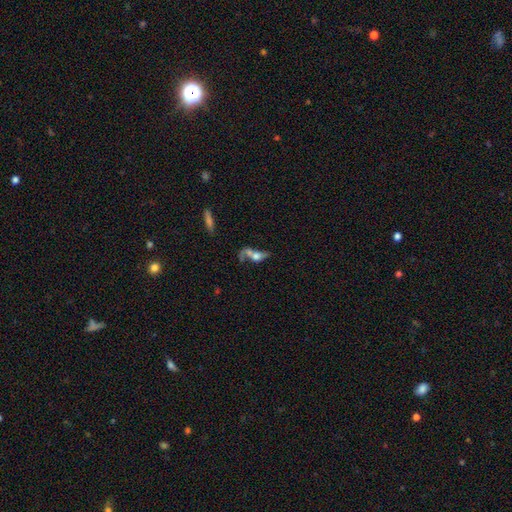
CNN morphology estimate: This appears to be a smooth galaxy with no disk features (44%, tied with featured or disk). Merging: merger (53%).